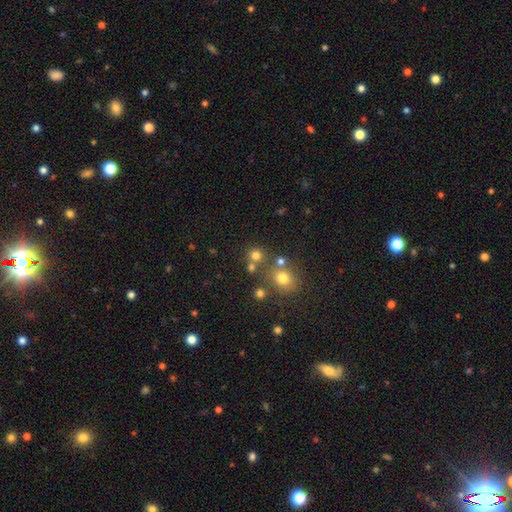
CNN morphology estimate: A smooth galaxy with no disk features (73%) that is round (88%).

Vote fractions:
- Smooth or featured? smooth: 73% / star or artifact: 18% / featured or disk: 9%
- How rounded? round: 88% / in between: 11% / cigar-shaped: 1%
- Merging? none: 67% / merger: 21% / minor disturbance: 8% / major disturbance: 4%